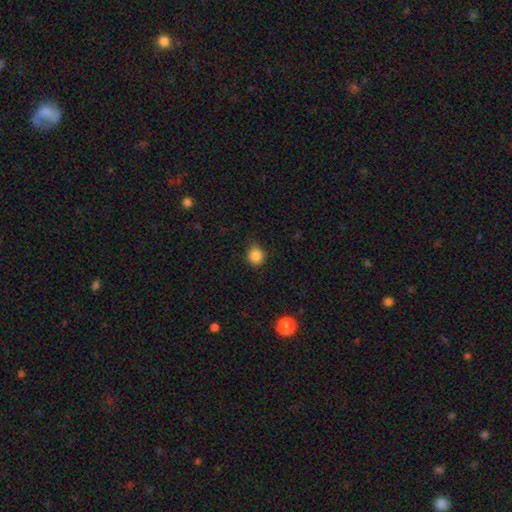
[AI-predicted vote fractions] A smooth galaxy with no disk features (86%) that is round (80%). Merging: none (82%).